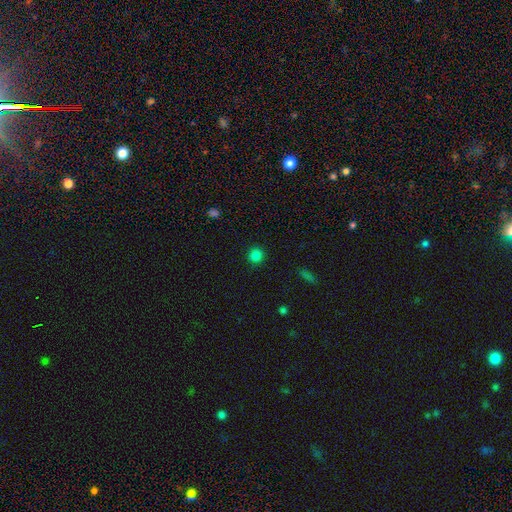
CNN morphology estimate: smooth-or-featured: smooth: 83% | star or artifact: 14% | featured or disk: 4%
  how-rounded: round: 91% | in between: 8% | cigar-shaped: 1%
  merging: none: 91% | minor disturbance: 6% | major disturbance: 2% | merger: 1%